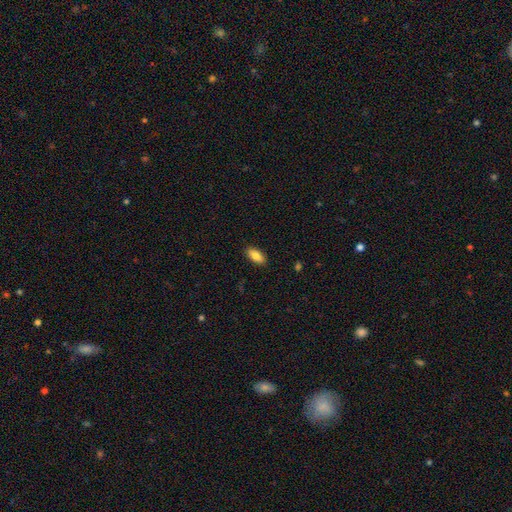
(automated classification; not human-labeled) Q: Smooth or featured?
A: smooth (83%); runner-up: featured or disk (10%)
Q: How rounded?
A: in between (87%); runner-up: cigar-shaped (11%)
Q: Merging?
A: none (89%); runner-up: minor disturbance (8%)